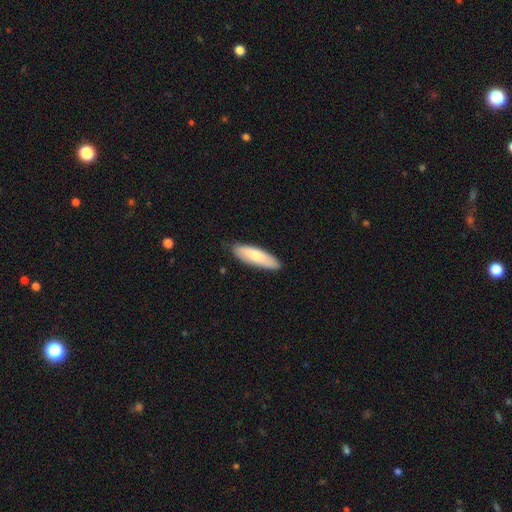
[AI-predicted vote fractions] Overall: smooth (76%). How rounded: cigar-shaped (50%; in between 48%). Merging: none (84%).